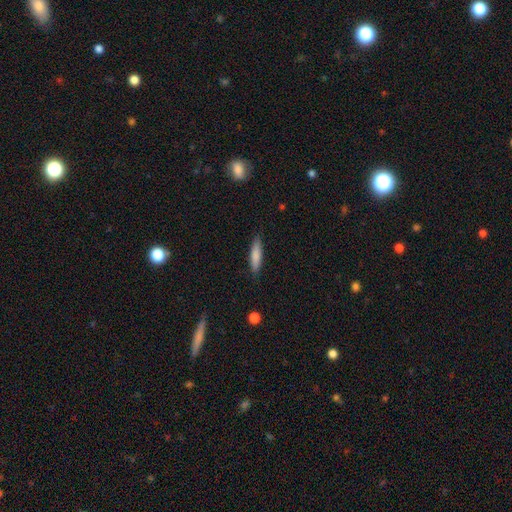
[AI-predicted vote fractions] Smooth or featured?
  - smooth: 82% *
  - featured or disk: 12%
  - star or artifact: 6%
How rounded?
  - cigar-shaped: 77% *
  - in between: 21%
  - round: 1%
Merging?
  - none: 87% *
  - minor disturbance: 10%
  - major disturbance: 2%
  - merger: 1%